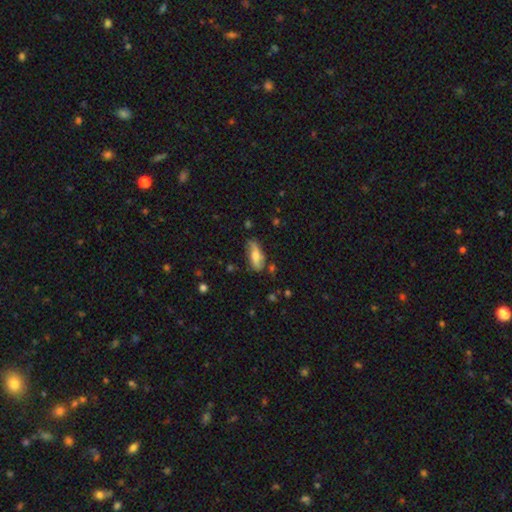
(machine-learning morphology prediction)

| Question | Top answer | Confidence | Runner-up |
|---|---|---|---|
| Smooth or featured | smooth | 61% | featured or disk (32%) |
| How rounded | in between | 78% | cigar-shaped (19%) |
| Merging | none | 63% | minor disturbance (26%) |